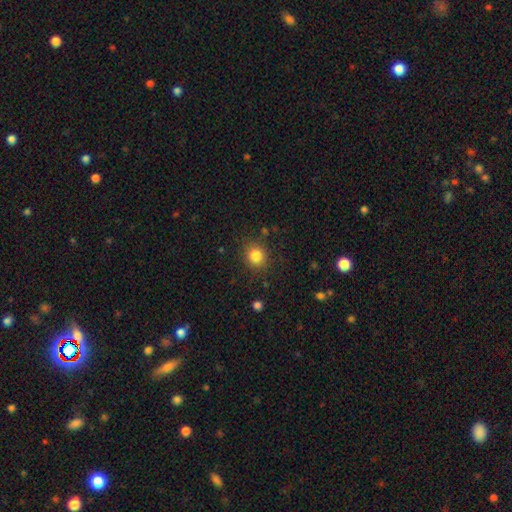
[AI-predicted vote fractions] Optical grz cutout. It shows a smooth galaxy with no disk features (84%) that is round (85%). Merging: none (87%).